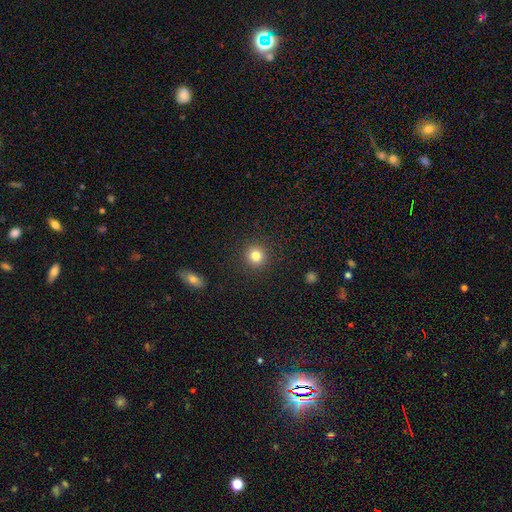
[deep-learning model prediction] A smooth galaxy with no disk features (82%) that is round (93%).

Vote fractions:
- Smooth or featured? smooth: 82% / star or artifact: 11% / featured or disk: 7%
- How rounded? round: 93% / in between: 6% / cigar-shaped: 1%
- Merging? none: 91% / minor disturbance: 5% / major disturbance: 2% / merger: 1%